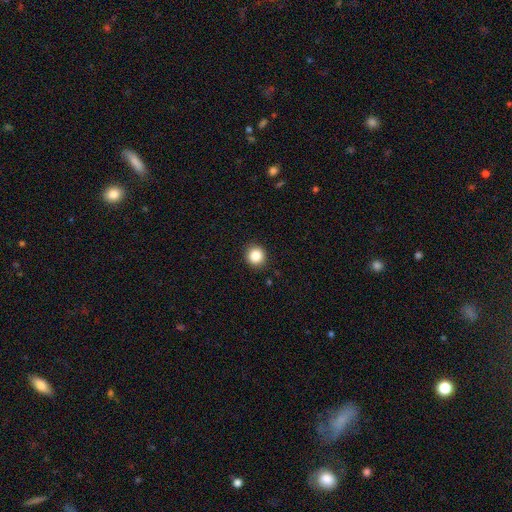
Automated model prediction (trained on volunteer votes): smooth 86%, star or artifact 10%, featured or disk 4%. Down the decision tree: how rounded — round (91%); merging — none (90%).